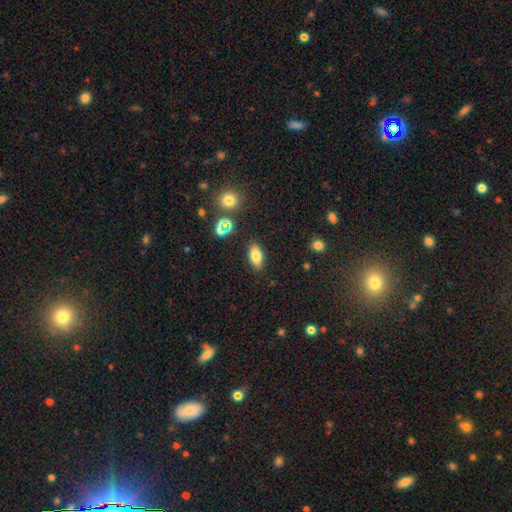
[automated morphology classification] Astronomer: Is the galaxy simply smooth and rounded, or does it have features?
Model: smooth — 77%.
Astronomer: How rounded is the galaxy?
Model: in between — 84%.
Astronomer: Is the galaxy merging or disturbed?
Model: none — 85%.